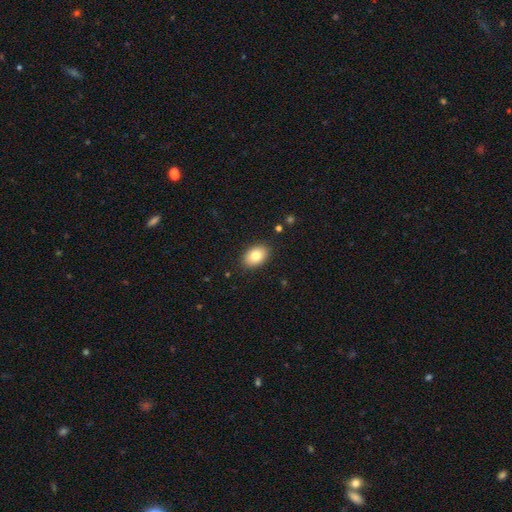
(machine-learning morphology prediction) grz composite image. It shows a smooth galaxy with no disk features (81%) that is in between round and cigar-shaped (86%). Merging: none (89%).